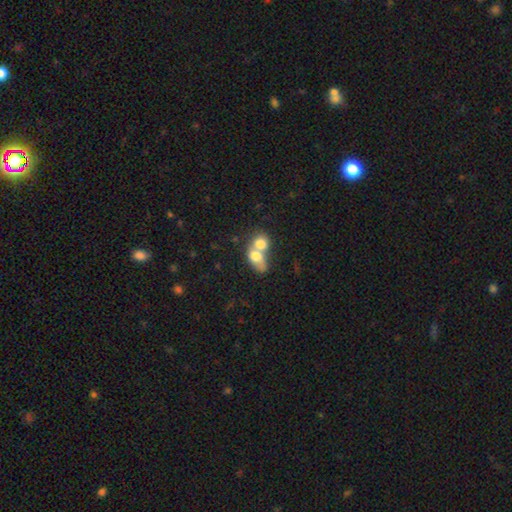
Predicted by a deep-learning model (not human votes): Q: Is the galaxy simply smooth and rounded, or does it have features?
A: smooth — 72%.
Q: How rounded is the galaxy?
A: in between — 62%.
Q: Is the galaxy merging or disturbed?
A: merger — 77%.